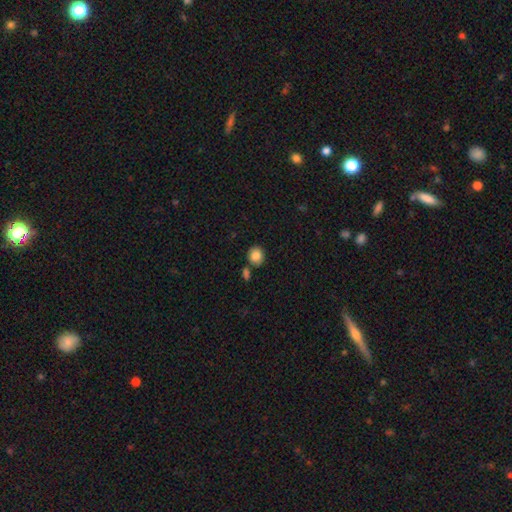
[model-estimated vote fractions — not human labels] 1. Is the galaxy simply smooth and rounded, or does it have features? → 85% smooth, 9% star or artifact, 6% featured or disk.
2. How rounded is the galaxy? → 77% round, 22% in between, 1% cigar-shaped.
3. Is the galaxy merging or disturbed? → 75% none, 12% merger, 10% minor disturbance, 3% major disturbance.